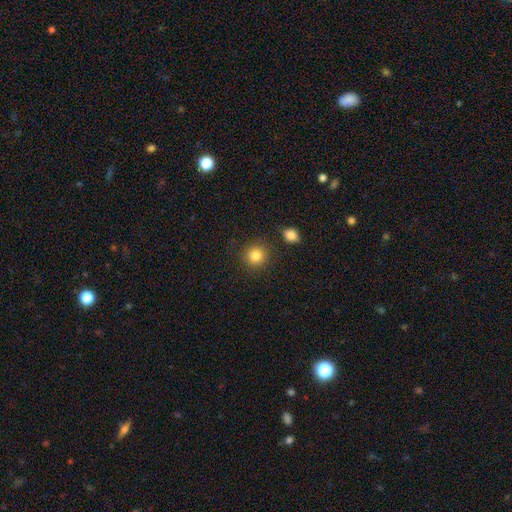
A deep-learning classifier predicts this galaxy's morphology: The model was most divided on "smooth or featured": smooth: 84%, star or artifact: 11%, featured or disk: 6%. More confident: how rounded — round (91%); merging — none (87%).